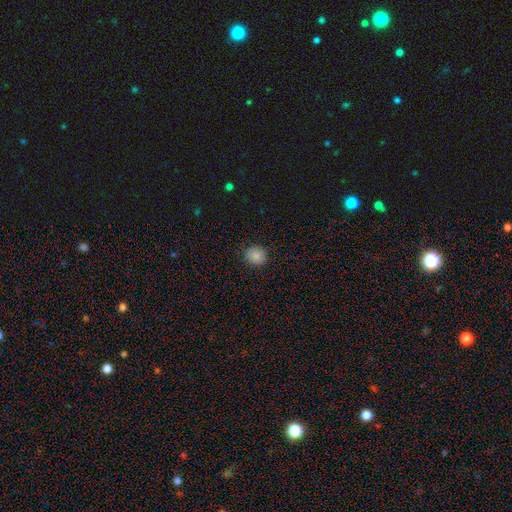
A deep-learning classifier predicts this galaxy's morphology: type=smooth (86%); roundness=round (82%); merging=none (88%).